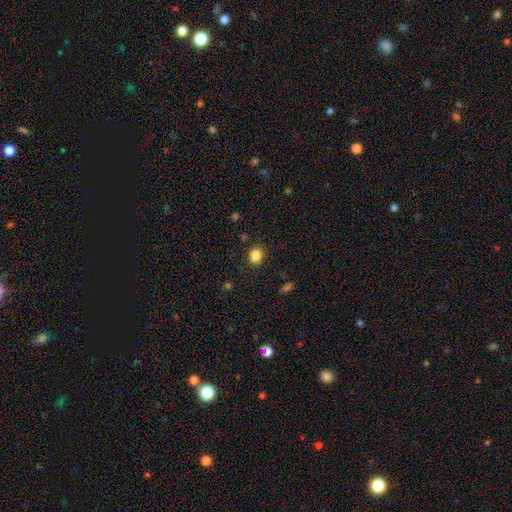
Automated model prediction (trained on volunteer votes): This appears to be a smooth galaxy with no disk features (85%) that is round (57%). Merging: none (89%).